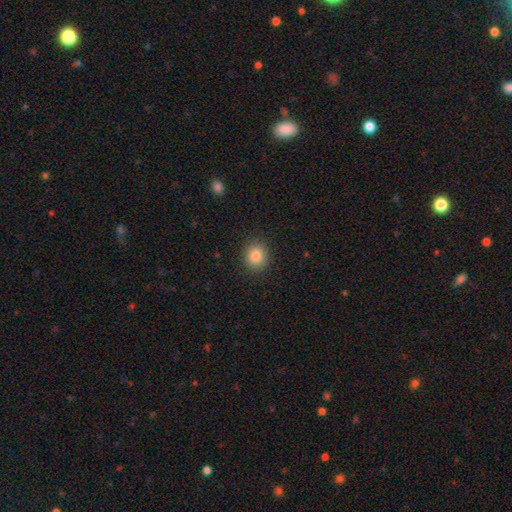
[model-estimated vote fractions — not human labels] A smooth galaxy with no disk features (86%) that is round (80%). Merging: none (89%).